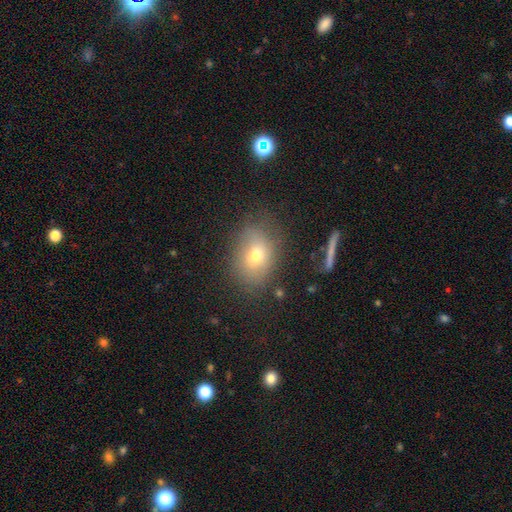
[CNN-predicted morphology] Smooth or featured?
  - smooth: 68% *
  - featured or disk: 18%
  - star or artifact: 13%
How rounded?
  - in between: 67% *
  - round: 31%
  - cigar-shaped: 2%
Merging?
  - none: 72% *
  - minor disturbance: 17%
  - major disturbance: 8%
  - merger: 2%